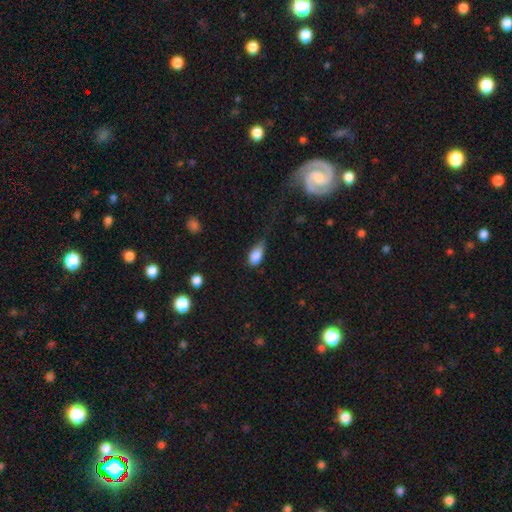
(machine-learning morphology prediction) The model was most divided on "merging": minor disturbance: 42%, none: 37%, major disturbance: 18%, merger: 3%. More confident: how rounded — in between (87%); smooth or featured — smooth (84%).